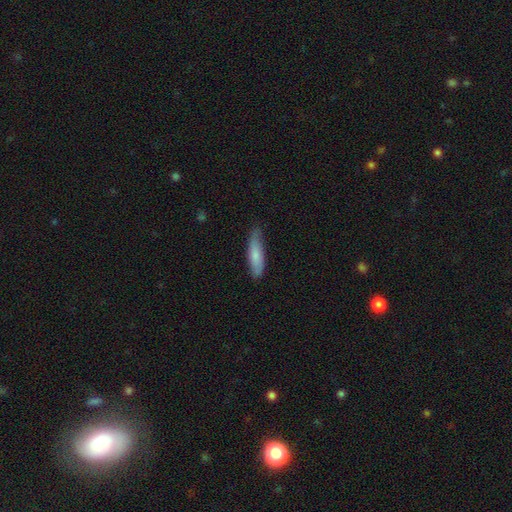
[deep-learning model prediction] The model was most divided on "how rounded": cigar-shaped: 70%, in between: 29%, round: 2%. More confident: merging — none (76%); smooth or featured — smooth (75%).